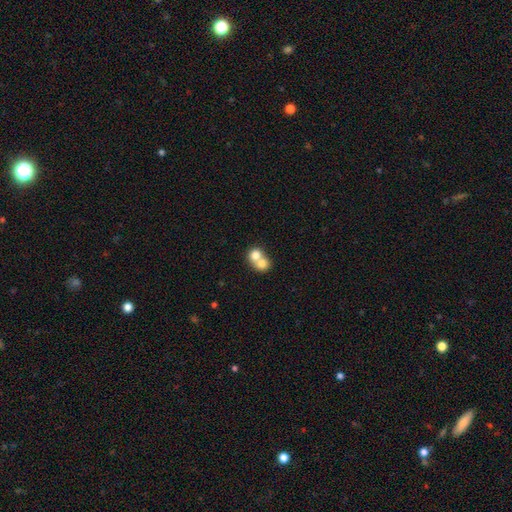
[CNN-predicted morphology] Smooth or featured: smooth — 73% (featured or disk — 18%)
How rounded: round — 75% (in between — 24%)
Merging: merger — 72% (none — 22%)